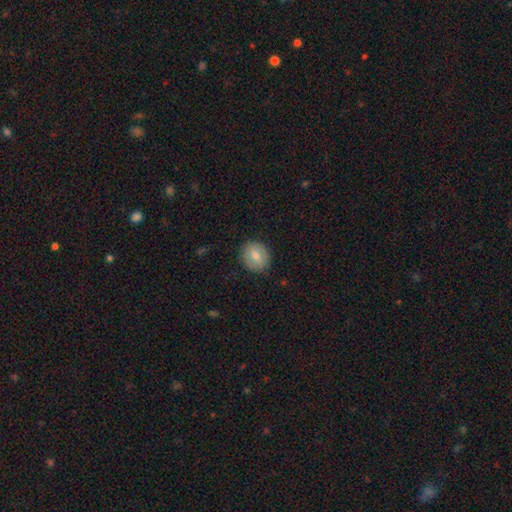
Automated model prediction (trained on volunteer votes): Smooth or featured? smooth (76%)
How rounded? round (72%)
Merging? none (87%)